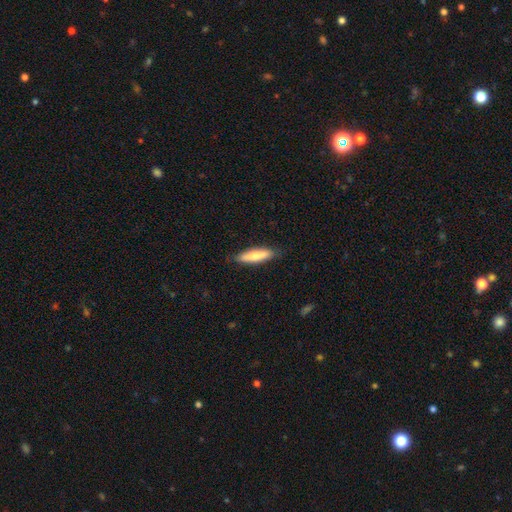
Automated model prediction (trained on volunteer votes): smooth_or_featured: smooth (p=0.72) [alt: featured or disk p=0.23]
how_rounded: cigar-shaped (p=0.71) [alt: in between p=0.28]
merging: none (p=0.84) [alt: minor disturbance p=0.13]